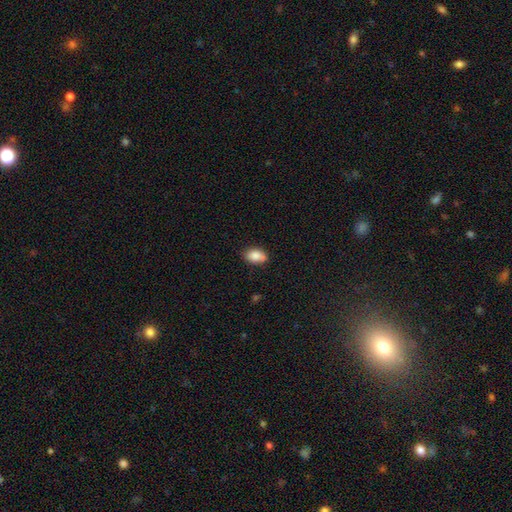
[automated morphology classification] smooth 86%, star or artifact 8%, featured or disk 7%. Down the decision tree: how rounded — in between (89%); merging — none (76%).